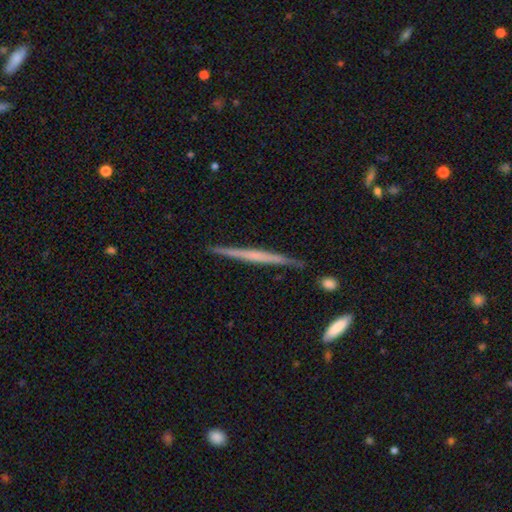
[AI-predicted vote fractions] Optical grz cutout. It shows a featured or disk galaxy (61%) viewed edge-on (98%) with no central bulge (73%). Merging: none (89%).